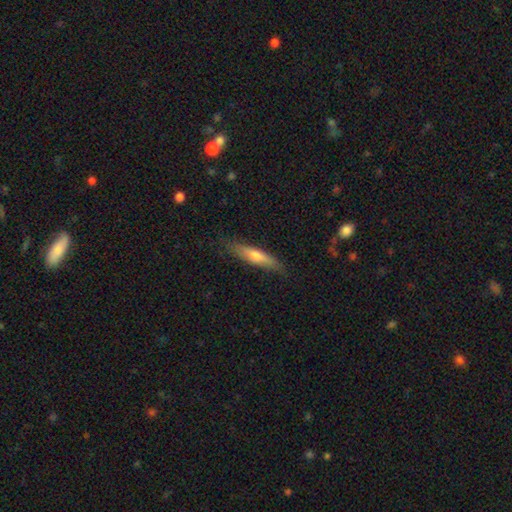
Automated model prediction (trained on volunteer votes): smooth 54%, featured or disk 40%, star or artifact 6%. Down the decision tree: how rounded — cigar-shaped (85%); merging — none (83%).